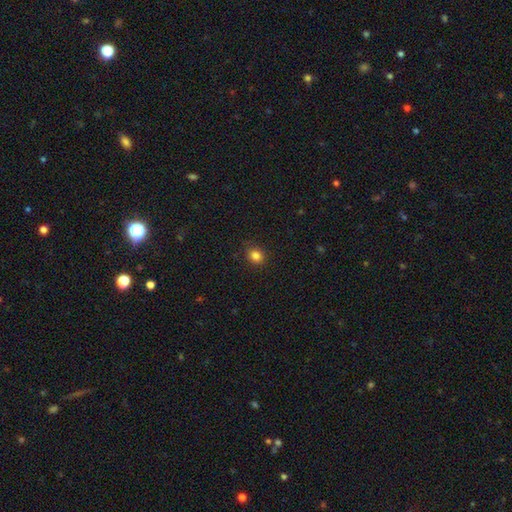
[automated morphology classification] A smooth galaxy with no disk features (84%) that is round (73%). Merging: none (88%).